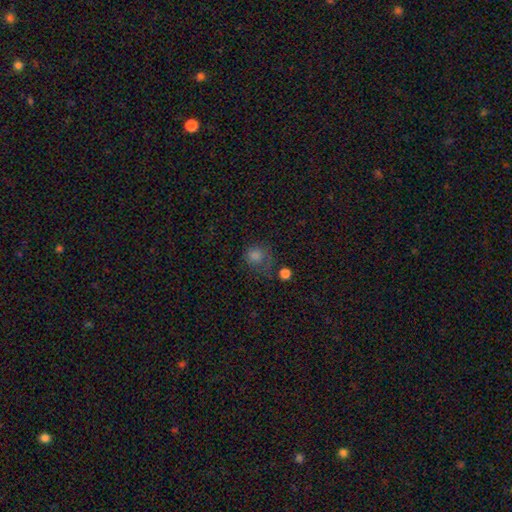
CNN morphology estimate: smooth-or-featured: smooth: 68% | star or artifact: 21% | featured or disk: 11%
  how-rounded: round: 82% | in between: 17% | cigar-shaped: 1%
  merging: none: 52% | minor disturbance: 23% | major disturbance: 19% | merger: 6%